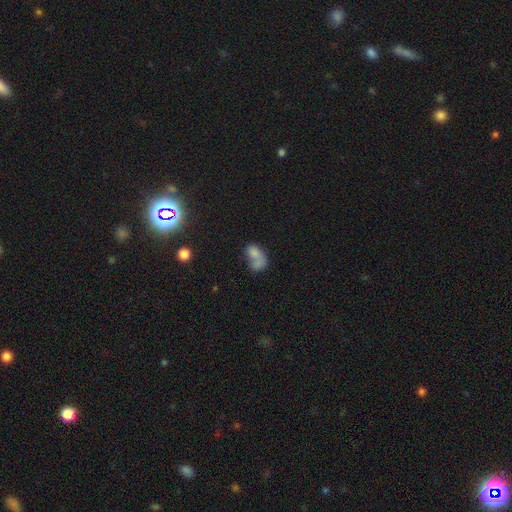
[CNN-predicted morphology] smooth 71%, featured or disk 18%, star or artifact 11%. Down the decision tree: how rounded — in between (77%); merging — merger (57%).